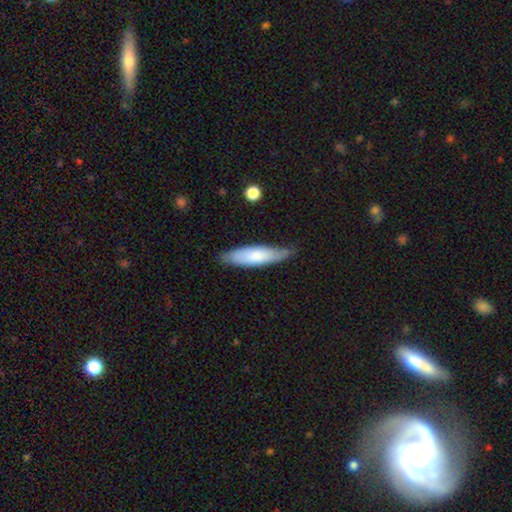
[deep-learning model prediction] This is likely a smooth galaxy (71%). How rounded: likely cigar-shaped (63%). Merging: likely none (77%).